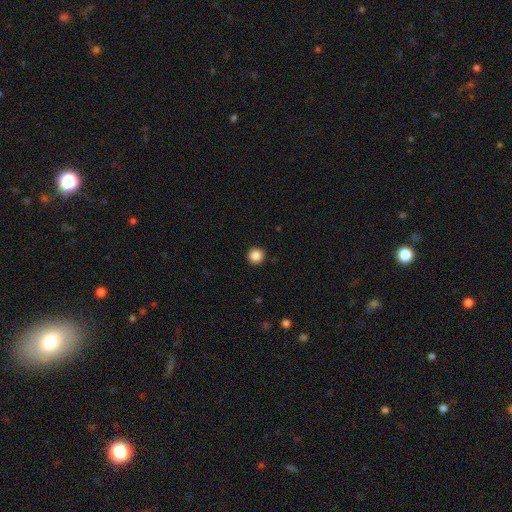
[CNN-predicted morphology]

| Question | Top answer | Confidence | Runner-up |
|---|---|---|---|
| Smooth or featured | smooth | 87% | star or artifact (10%) |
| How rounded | round | 96% | in between (3%) |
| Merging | none | 93% | minor disturbance (4%) |